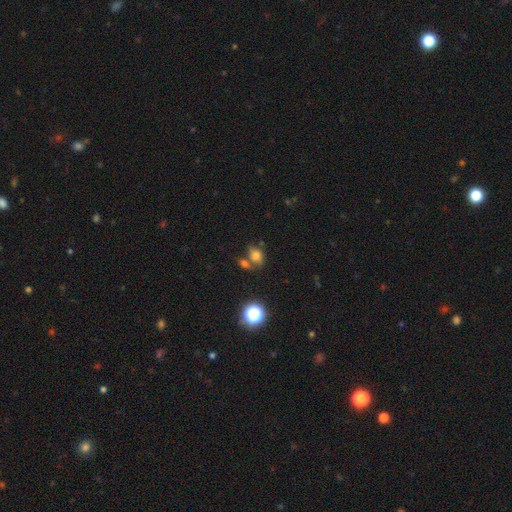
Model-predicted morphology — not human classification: Q: Smooth or featured?
A: smooth (71%); runner-up: star or artifact (17%)
Q: How rounded?
A: in between (67%); runner-up: round (31%)
Q: Merging?
A: none (45%); runner-up: merger (33%)